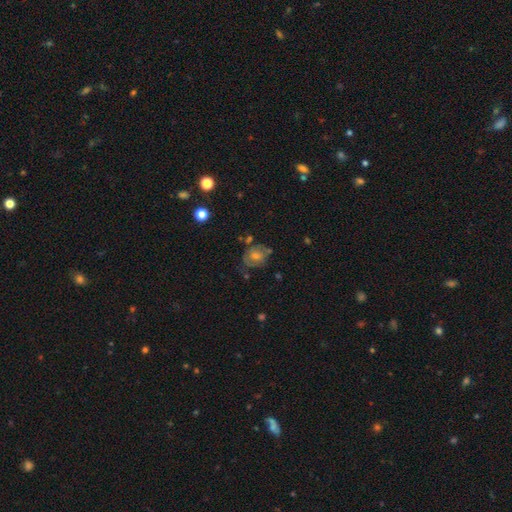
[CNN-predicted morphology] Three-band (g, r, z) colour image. It shows a featured or disk galaxy (51%). Merging: none (66%).